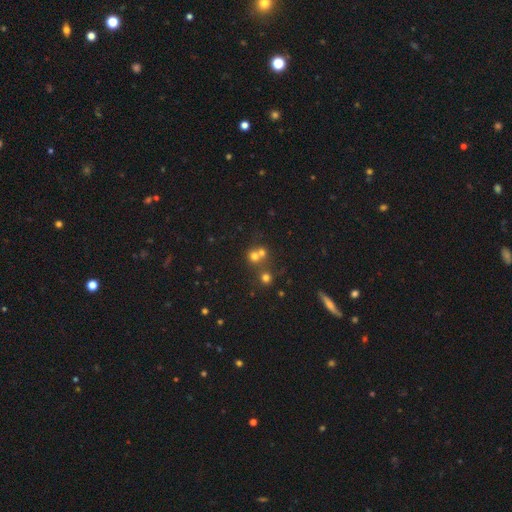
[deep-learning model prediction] This appears to be a smooth galaxy with no disk features (64%) that is round (86%). Merging: merger (46%).